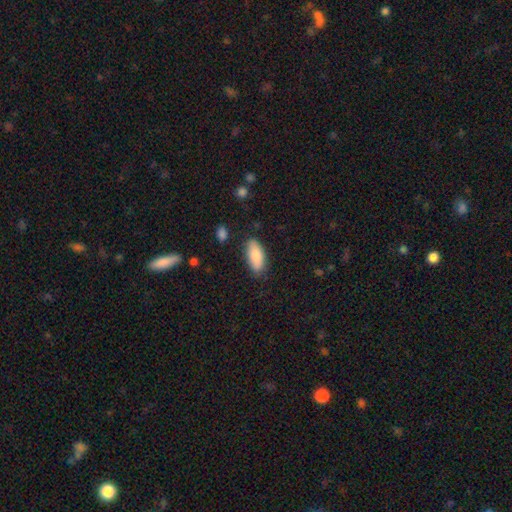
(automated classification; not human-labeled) A smooth galaxy with no disk features (84%) that is in between round and cigar-shaped (87%).

Vote fractions:
- Smooth or featured? smooth: 84% / featured or disk: 10% / star or artifact: 6%
- How rounded? in between: 87% / cigar-shaped: 10% / round: 2%
- Merging? none: 81% / minor disturbance: 14% / major disturbance: 3% / merger: 2%